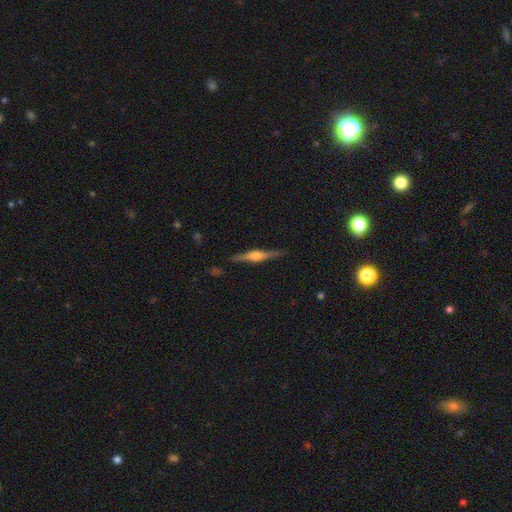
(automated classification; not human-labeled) The model was most divided on "smooth or featured": featured or disk: 70%, smooth: 24%, star or artifact: 6%. More confident: edge-on disk — yes (97%); merging — none (88%); edge-on bulge — rounded (85%).